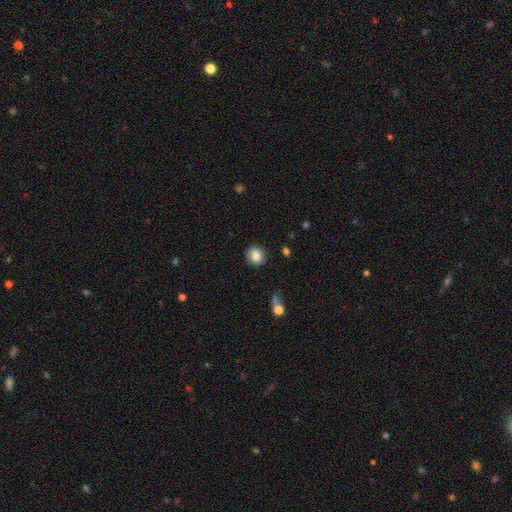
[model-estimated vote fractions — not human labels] Q: Smooth or featured?
A: smooth (84%); runner-up: star or artifact (9%)
Q: How rounded?
A: round (77%); runner-up: in between (22%)
Q: Merging?
A: none (87%); runner-up: minor disturbance (9%)